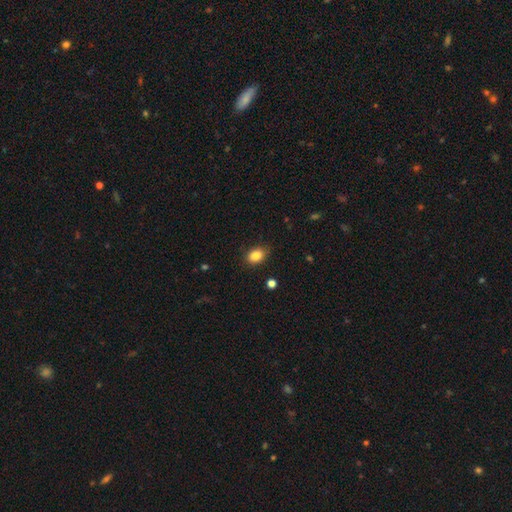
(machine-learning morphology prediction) type=smooth (86%); roundness=in between (77%); merging=none (83%).